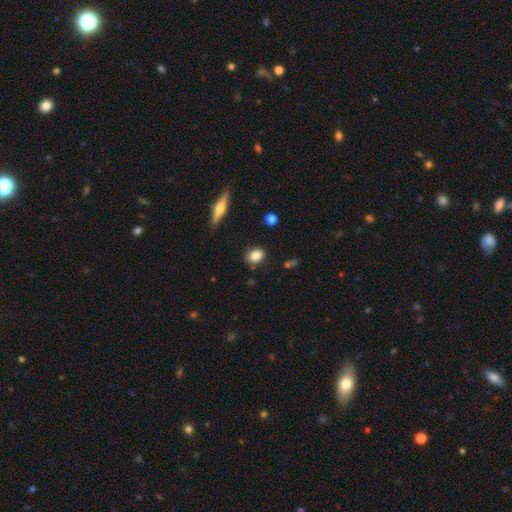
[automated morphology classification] smooth 84%, featured or disk 8%, star or artifact 8%. Down the decision tree: how rounded — in between (52%); merging — none (84%).